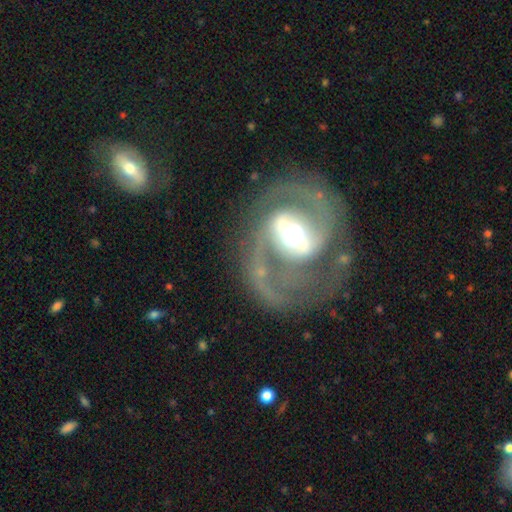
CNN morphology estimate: Q: Smooth or featured?
A: featured or disk (89%); runner-up: star or artifact (5%)
Q: Edge-on disk?
A: no (97%); runner-up: yes (3%)
Q: Bar?
A: strong (49%); runner-up: weak (32%)
Q: Spiral arms?
A: yes (95%); runner-up: no (5%)
Q: Spiral winding?
A: medium (56%); runner-up: tight (27%)
Q: Spiral arm count?
A: 2 (90%); runner-up: can't tell (3%)
Q: Bulge size?
A: moderate (57%); runner-up: large (28%)
Q: Merging?
A: none (72%); runner-up: minor disturbance (14%)